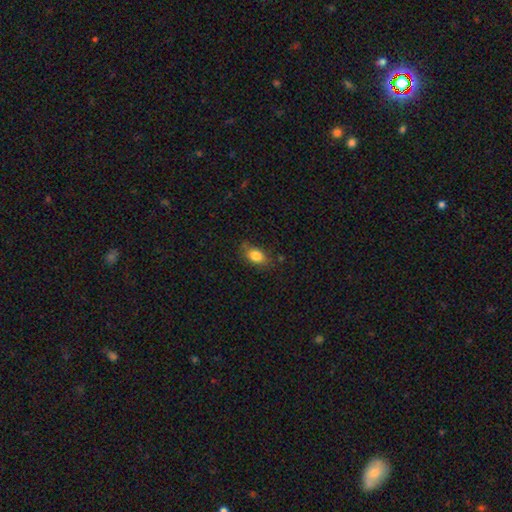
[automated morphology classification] This is clearly a smooth galaxy (82%). How rounded: clearly in between (82%). Merging: likely none (74%).